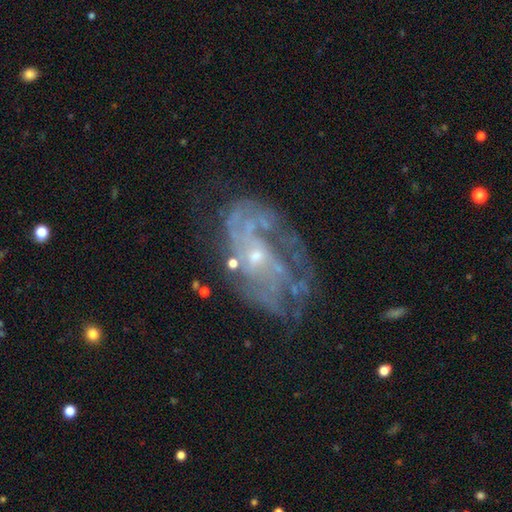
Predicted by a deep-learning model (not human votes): Overall: featured or disk (82%). Edge-on disk: no (96%). Bar: no (71%). Spiral arms: yes (82%). Spiral arm count: can't tell (43%; 2 22%). Spiral winding: tight (47%; medium 37%). Bulge size: small (76%). Merging: none (60%; minor disturbance 21%).